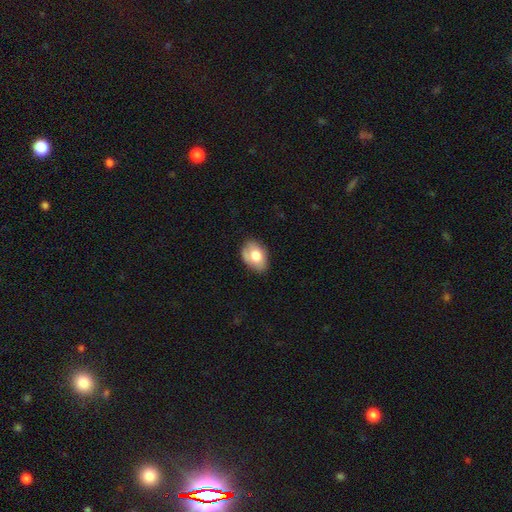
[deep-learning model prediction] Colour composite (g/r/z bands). It shows a smooth galaxy with no disk features (71%) that is in between round and cigar-shaped (84%). Merging: none (63%).